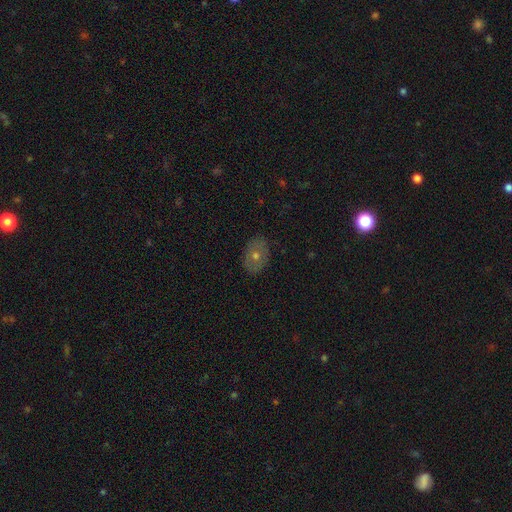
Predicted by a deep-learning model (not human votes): Smooth or featured?
  - smooth: 50% *
  - featured or disk: 37%
  - star or artifact: 13%
Merging?
  - none: 85% *
  - minor disturbance: 11%
  - major disturbance: 3%
  - merger: 1%